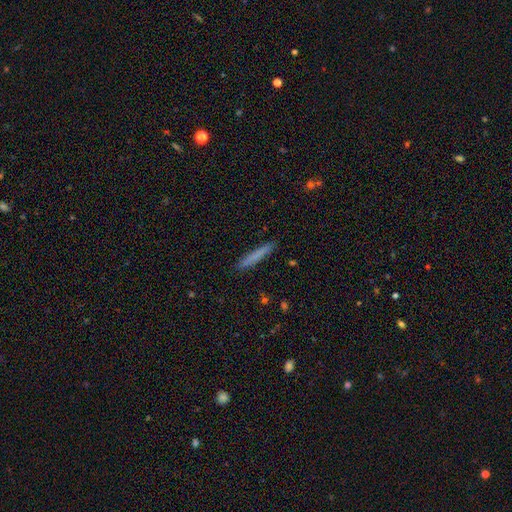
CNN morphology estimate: Overall: smooth (76%). How rounded: cigar-shaped (96%). Merging: none (90%).